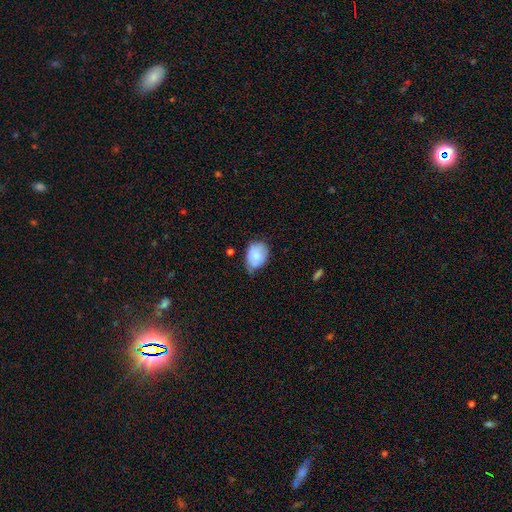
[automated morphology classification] A smooth galaxy with no disk features (80%) that is in between round and cigar-shaped (70%). Merging: minor disturbance (46%).